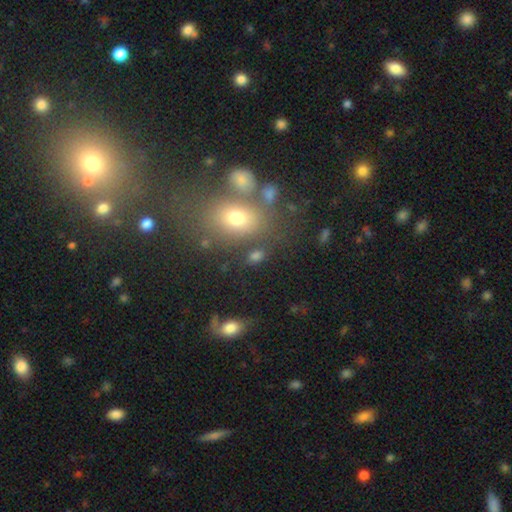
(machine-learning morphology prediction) Smooth or featured: smooth — 73% (star or artifact — 16%)
How rounded: in between — 71% (round — 26%)
Merging: none — 65% (merger — 14%)